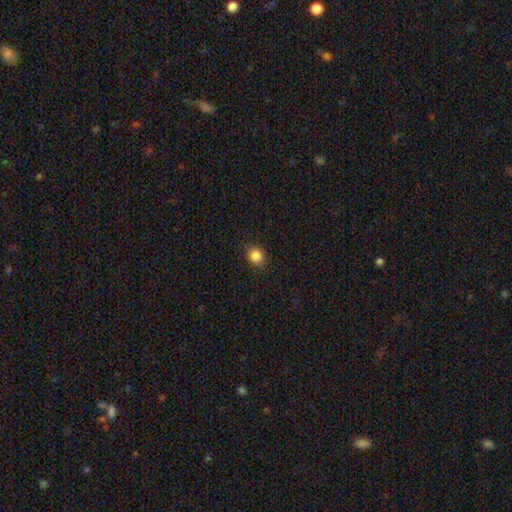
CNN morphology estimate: This appears to be a smooth galaxy with no disk features (86%) that is round (74%). Merging: none (89%).